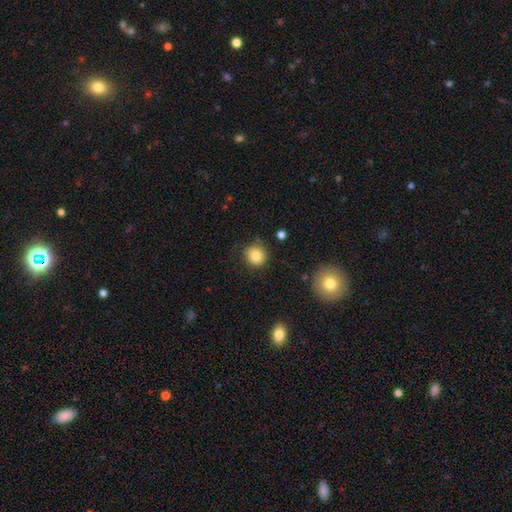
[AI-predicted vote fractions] Smooth or featured? Predicted: smooth (p=0.84). How rounded? Predicted: round (p=0.86). Merging? Predicted: none (p=0.81).